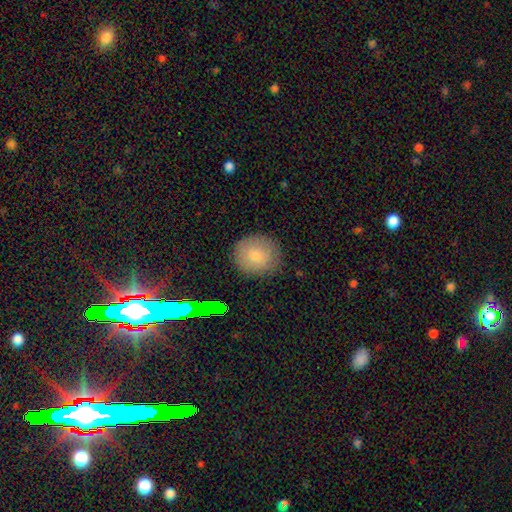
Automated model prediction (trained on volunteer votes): Smooth or featured: smooth — 77% (featured or disk — 13%)
How rounded: round — 89% (in between — 10%)
Merging: none — 84% (minor disturbance — 12%)